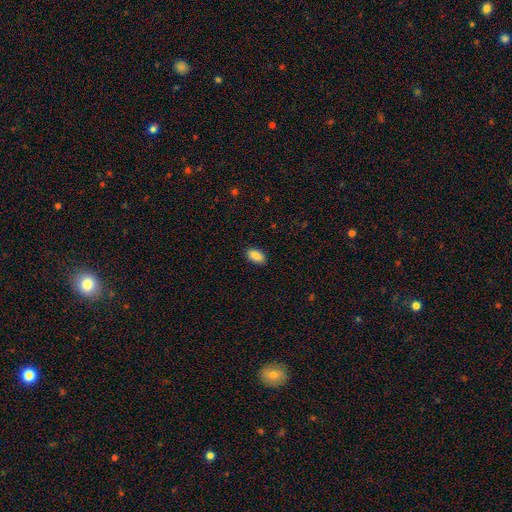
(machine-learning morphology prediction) smooth_or_featured: smooth (p=0.89) [alt: star or artifact p=0.07]
how_rounded: in between (p=0.93) [alt: round p=0.04]
merging: none (p=0.89) [alt: minor disturbance p=0.08]